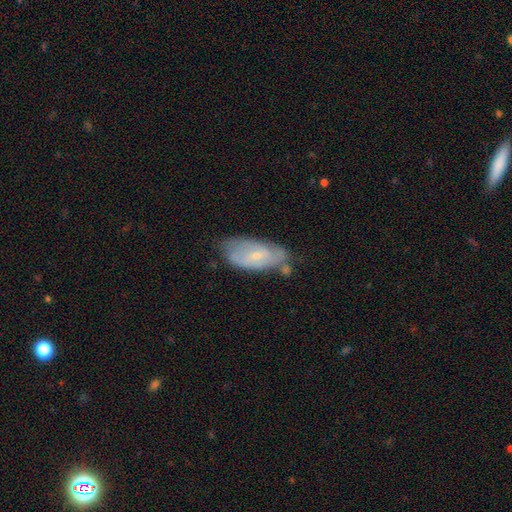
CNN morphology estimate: A featured or disk galaxy (59%) with a weak bar (45%), spiral arms (69%) and a small central bulge (71%). Merging: none (51%).